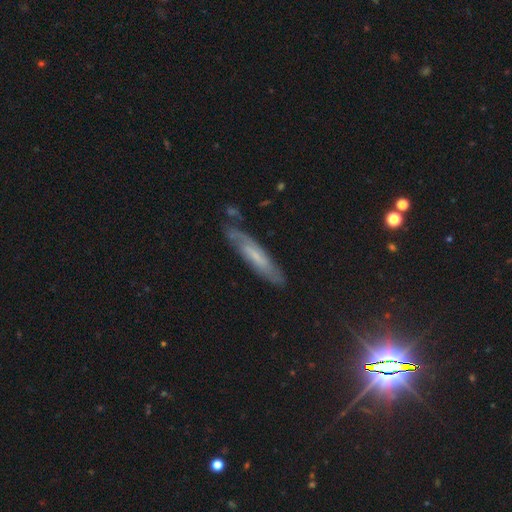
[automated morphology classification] This is possibly a featured or disk galaxy (57%). It is possibly not viewed edge-on (53%). Merging: likely none (72%).